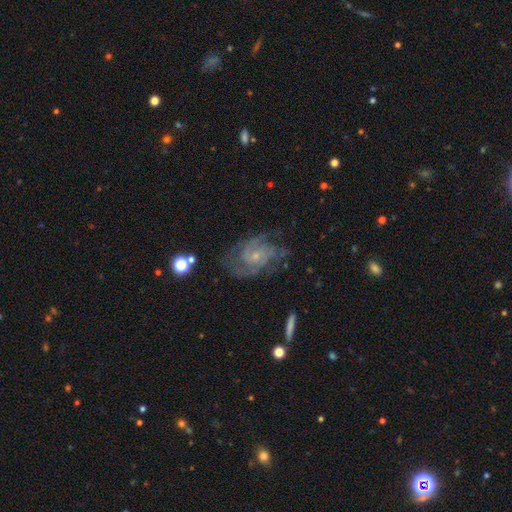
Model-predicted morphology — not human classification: featured or disk 83%, smooth 10%, star or artifact 7%. Down the decision tree: edge-on disk — no (97%); bar — no (69%); spiral arms — yes (94%); spiral arm count — 2 (39%); spiral winding — tight (45%); bulge size — small (74%); merging — none (63%).